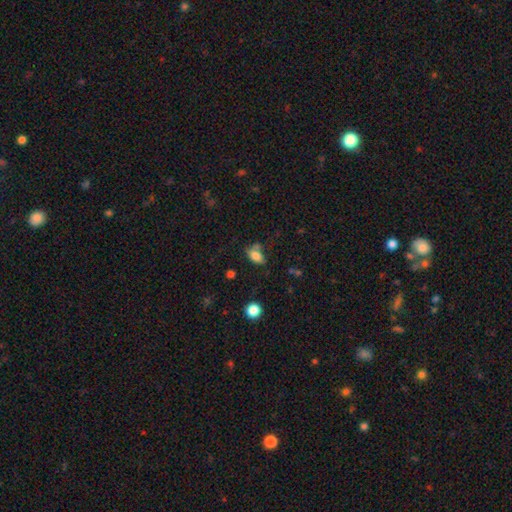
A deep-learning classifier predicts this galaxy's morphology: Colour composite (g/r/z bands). It shows a smooth galaxy with no disk features (80%) that is in between round and cigar-shaped (88%). Merging: none (56%).